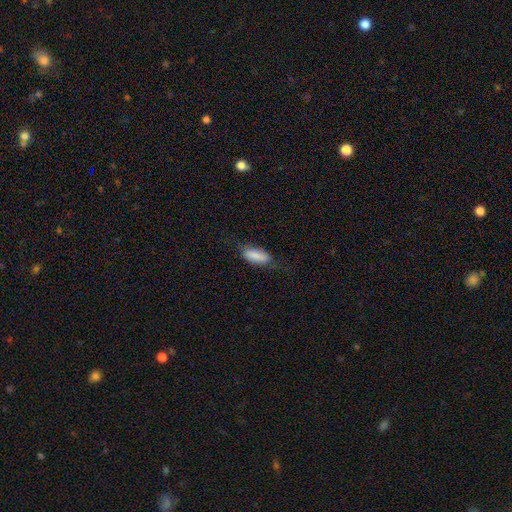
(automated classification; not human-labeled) A smooth galaxy with no disk features (80%) that is in between round and cigar-shaped (82%). Merging: none (67%).